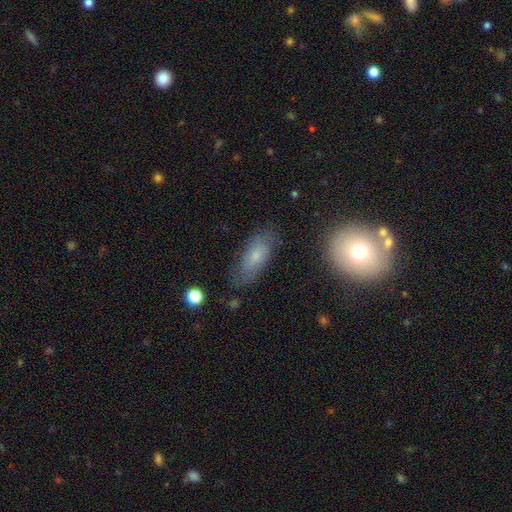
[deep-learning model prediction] smooth_or_featured: smooth (p=0.62) [alt: featured or disk p=0.29]
how_rounded: in between (p=0.80) [alt: cigar-shaped p=0.17]
merging: none (p=0.72) [alt: minor disturbance p=0.20]